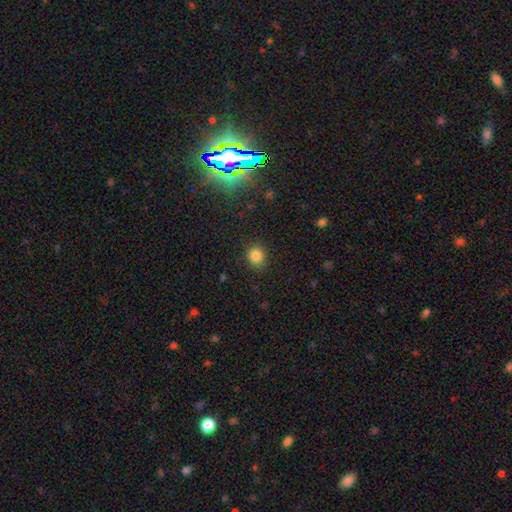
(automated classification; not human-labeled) Smooth or featured?
  - smooth: 83% *
  - star or artifact: 12%
  - featured or disk: 5%
How rounded?
  - round: 80% *
  - in between: 19%
  - cigar-shaped: 1%
Merging?
  - none: 88% *
  - minor disturbance: 8%
  - major disturbance: 3%
  - merger: 1%